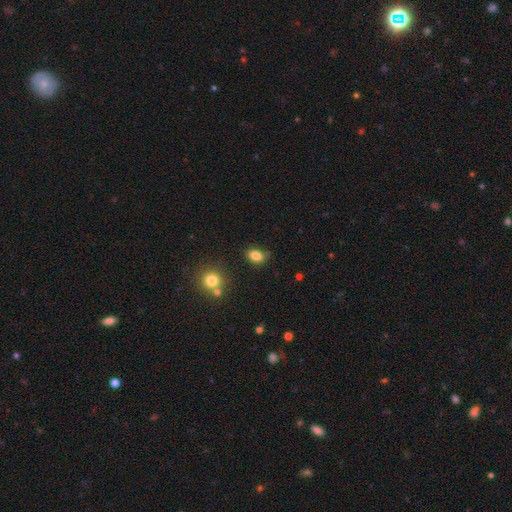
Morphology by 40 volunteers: Smooth or featured? smooth (88%)
How rounded? in between (83%)
Merging? none (89%)